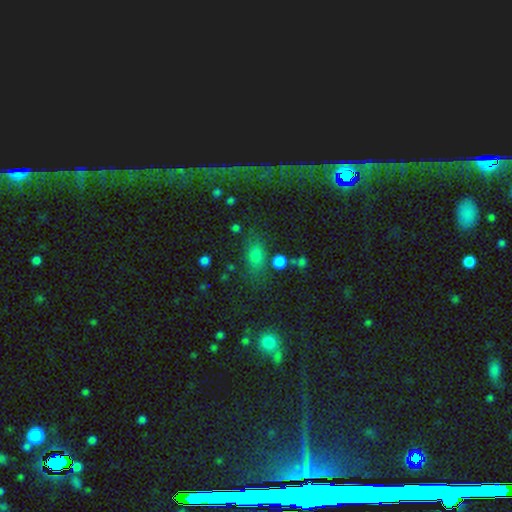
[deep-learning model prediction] Morphology: type=smooth (68%); roundness=in between (77%); merging=none (72%).